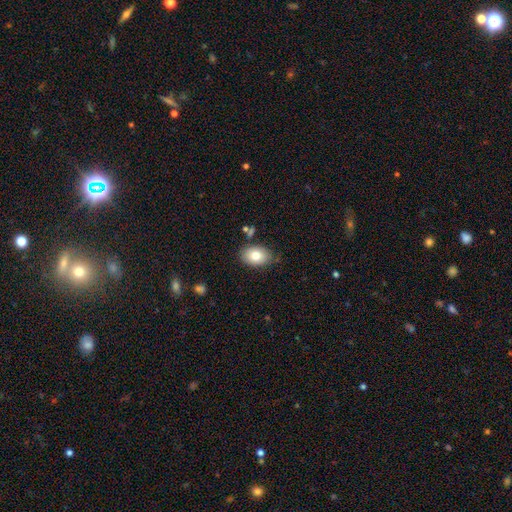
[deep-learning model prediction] smooth_or_featured: smooth (p=0.80) [alt: featured or disk p=0.12]
how_rounded: in between (p=0.84) [alt: round p=0.15]
merging: none (p=0.80) [alt: minor disturbance p=0.14]